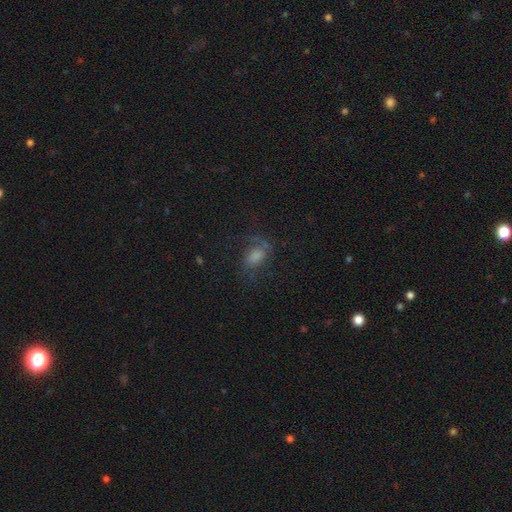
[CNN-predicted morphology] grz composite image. It shows a featured or disk galaxy (41%). Merging: none (59%).